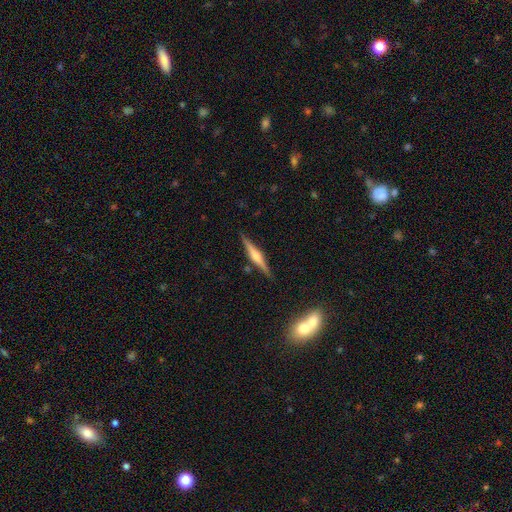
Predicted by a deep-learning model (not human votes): Q: Smooth or featured?
A: featured or disk (72%); runner-up: smooth (21%)
Q: Edge-on disk?
A: yes (98%); runner-up: no (2%)
Q: Edge-on bulge?
A: rounded (83%); runner-up: boxy (11%)
Q: Merging?
A: none (88%); runner-up: minor disturbance (8%)